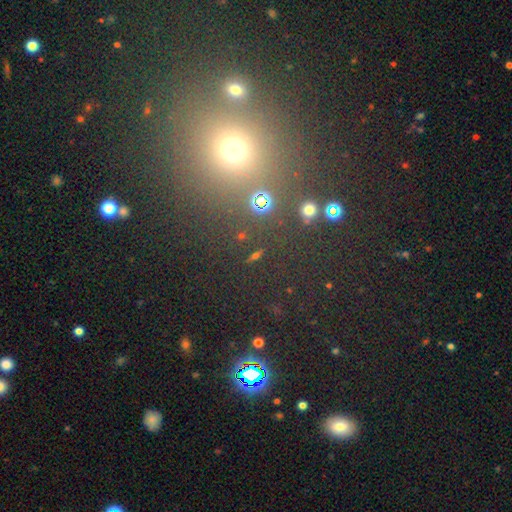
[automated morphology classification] Overall: smooth (42%; star or artifact 41%). Merging: none (82%).